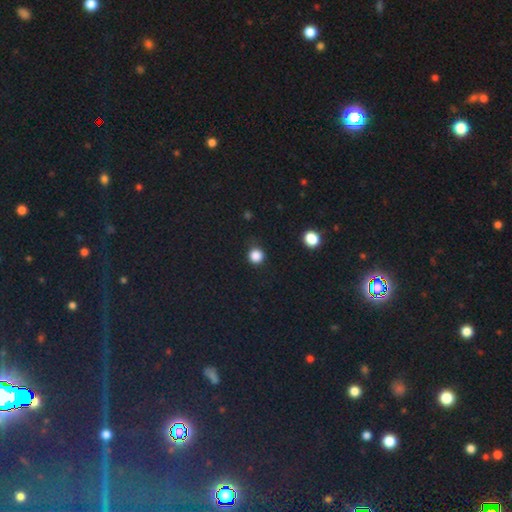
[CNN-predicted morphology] This is clearly a smooth galaxy (85%). How rounded: clearly round (92%). Merging: clearly none (85%).